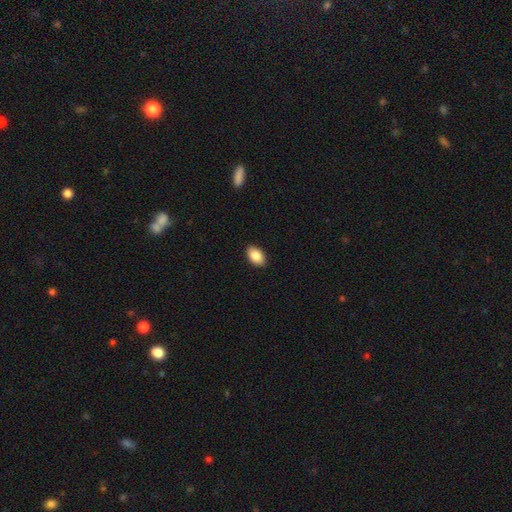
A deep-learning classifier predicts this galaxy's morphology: The model was most divided on "smooth or featured": smooth: 88%, star or artifact: 7%, featured or disk: 5%. More confident: how rounded — in between (91%); merging — none (91%).